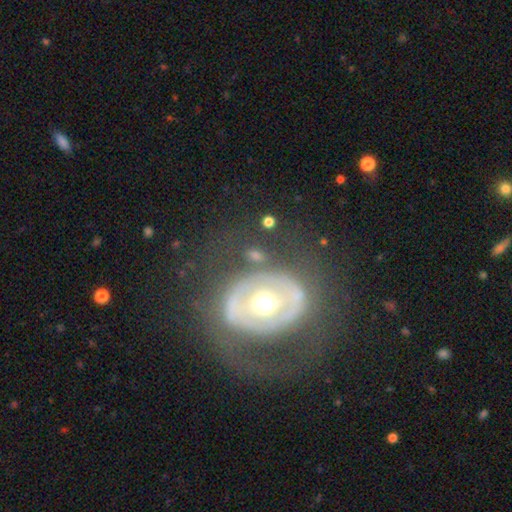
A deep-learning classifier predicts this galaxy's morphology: Q: Smooth or featured?
A: featured or disk (70%); runner-up: smooth (24%)
Q: Edge-on disk?
A: no (95%); runner-up: yes (5%)
Q: Bar?
A: no (69%); runner-up: weak (18%)
Q: Spiral arms?
A: no (73%); runner-up: yes (27%)
Q: Bulge size?
A: moderate (74%); runner-up: large (13%)
Q: Merging?
A: none (65%); runner-up: major disturbance (16%)